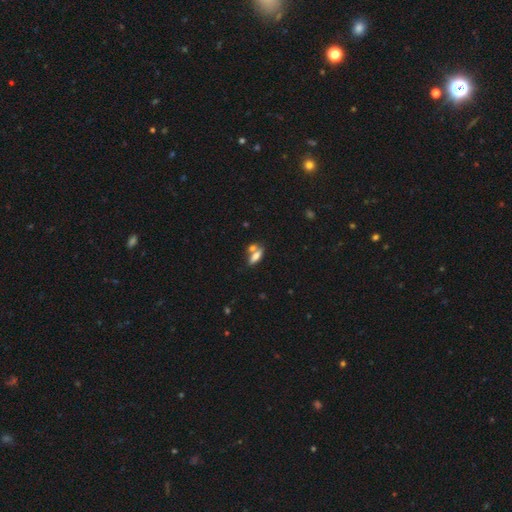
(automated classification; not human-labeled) smooth_or_featured: smooth (p=0.70) [alt: featured or disk p=0.22]
how_rounded: in between (p=0.66) [alt: cigar-shaped p=0.30]
merging: none (p=0.48) [alt: merger p=0.37]